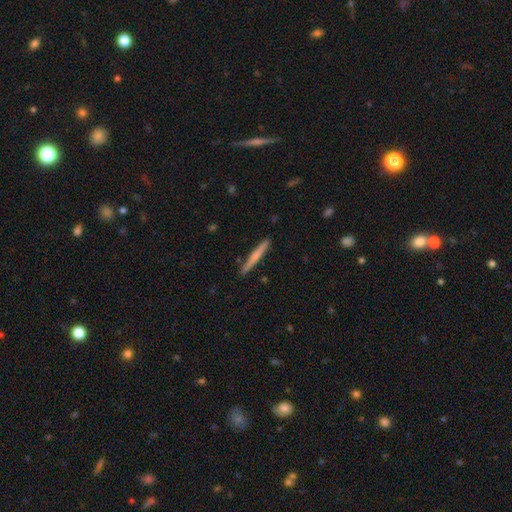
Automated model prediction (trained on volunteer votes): smooth_or_featured: smooth (p=0.55) [alt: featured or disk p=0.40]
how_rounded: cigar-shaped (p=0.96) [alt: in between p=0.02]
merging: none (p=0.91) [alt: minor disturbance p=0.07]